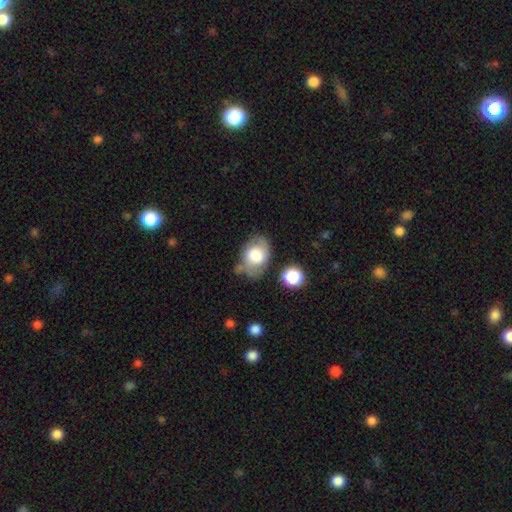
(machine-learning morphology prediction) smooth-or-featured: smooth: 65% | featured or disk: 28% | star or artifact: 7%
  how-rounded: in between: 74% | round: 25% | cigar-shaped: 1%
  merging: none: 50% | minor disturbance: 30% | major disturbance: 12% | merger: 8%